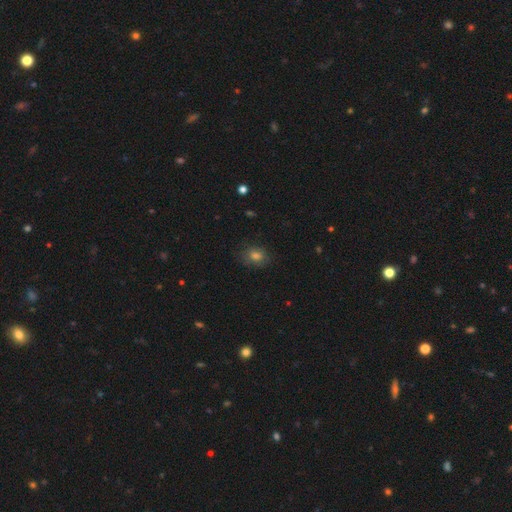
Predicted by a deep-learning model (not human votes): This is likely a smooth galaxy (75%). How rounded: possibly in between (55%). Merging: likely none (79%).